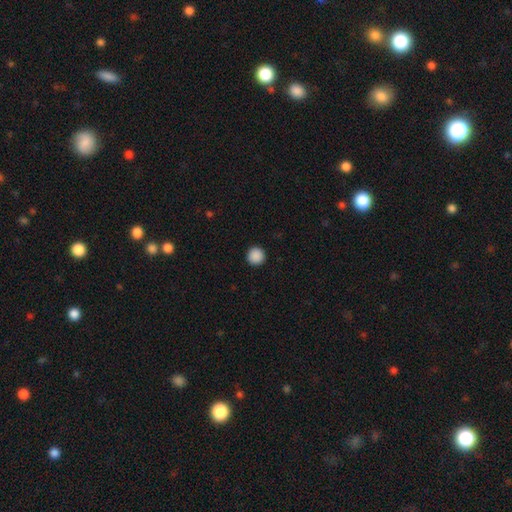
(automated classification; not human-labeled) Smooth or featured? Predicted: smooth (p=0.89). How rounded? Predicted: round (p=0.96). Merging? Predicted: none (p=0.93).